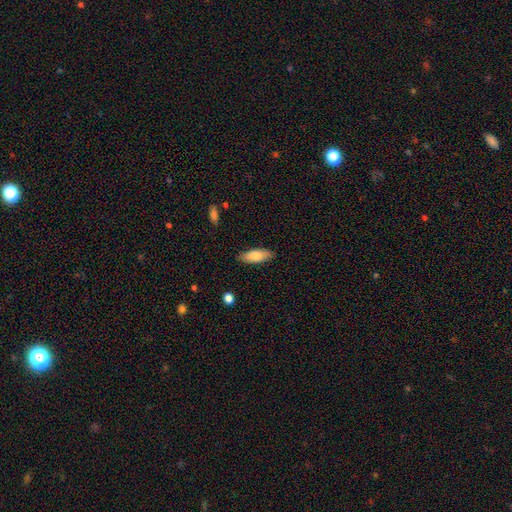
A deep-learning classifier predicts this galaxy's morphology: Smooth or featured?
  - smooth: 79% *
  - featured or disk: 15%
  - star or artifact: 6%
How rounded?
  - in between: 69% *
  - cigar-shaped: 30%
  - round: 2%
Merging?
  - none: 86% *
  - minor disturbance: 10%
  - major disturbance: 2%
  - merger: 1%